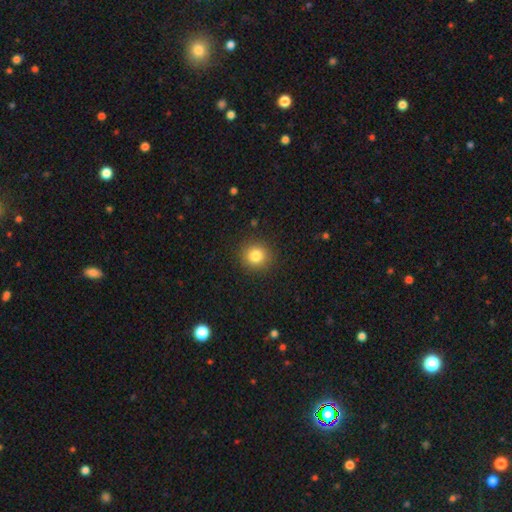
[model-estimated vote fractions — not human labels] Smooth or featured? smooth (82%)
How rounded? round (92%)
Merging? none (90%)